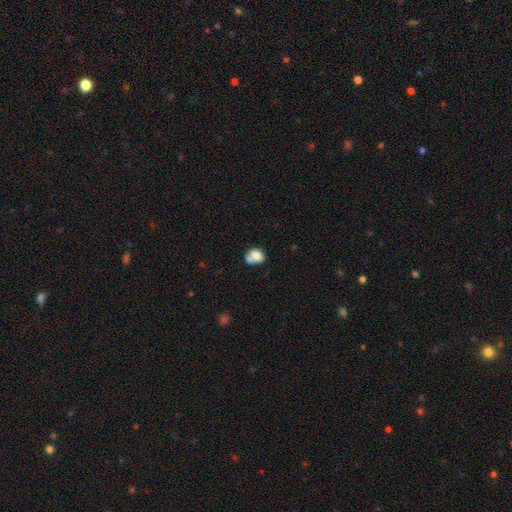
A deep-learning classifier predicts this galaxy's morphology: Smooth or featured? smooth (73%)
How rounded? in between (56%)
Merging? merger (48%)